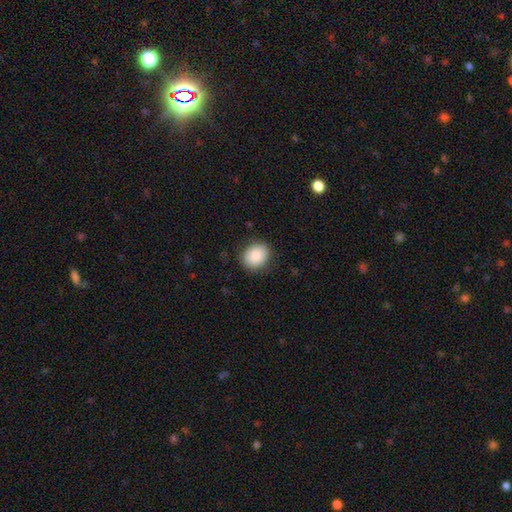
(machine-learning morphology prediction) A smooth galaxy with no disk features (84%) that is round (62%).

Vote fractions:
- Smooth or featured? smooth: 84% / featured or disk: 9% / star or artifact: 8%
- How rounded? round: 62% / in between: 37% / cigar-shaped: 1%
- Merging? none: 86% / minor disturbance: 10% / major disturbance: 3% / merger: 1%